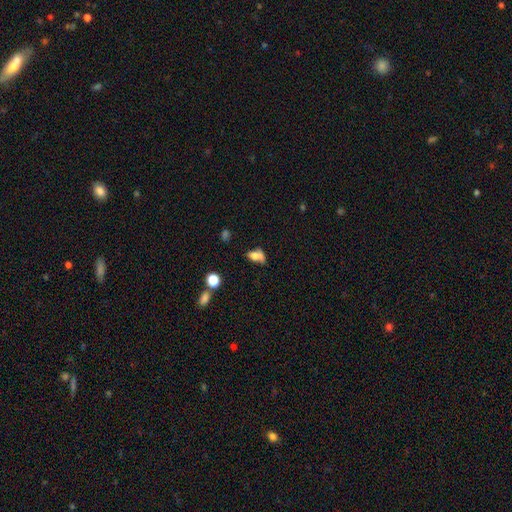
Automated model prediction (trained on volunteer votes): A smooth galaxy with no disk features (64%) that is in between round and cigar-shaped (75%).

Vote fractions:
- Smooth or featured? smooth: 64% / featured or disk: 23% / star or artifact: 13%
- How rounded? in between: 75% / round: 18% / cigar-shaped: 7%
- Merging? none: 30% / merger: 25% / minor disturbance: 24% / major disturbance: 21%